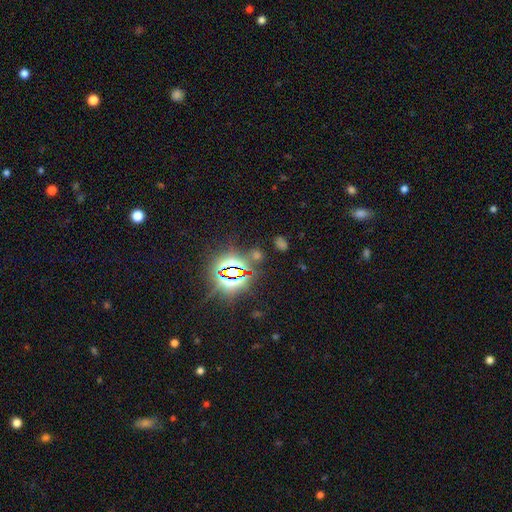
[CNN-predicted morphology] star or artifact 79%, smooth 14%, featured or disk 7%.